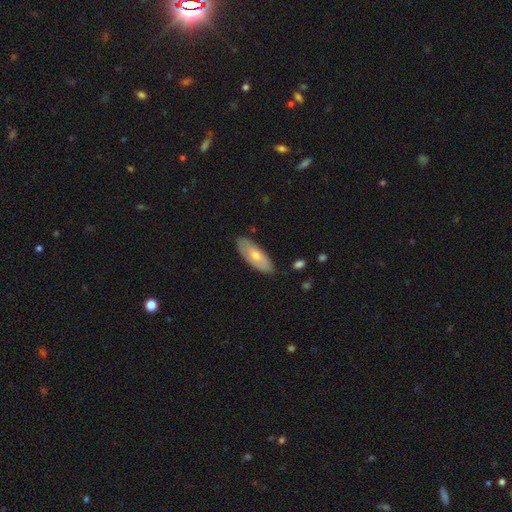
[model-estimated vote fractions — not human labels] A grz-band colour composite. It shows a smooth galaxy with no disk features (53%) that is in between round and cigar-shaped (75%). Merging: none (84%).